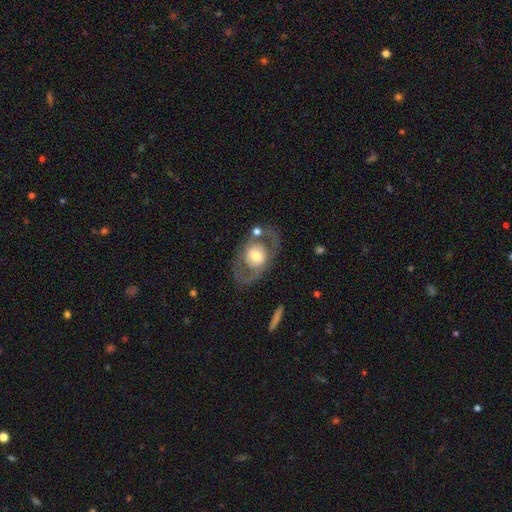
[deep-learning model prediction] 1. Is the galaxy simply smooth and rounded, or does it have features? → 54% featured or disk, 39% smooth, 6% star or artifact.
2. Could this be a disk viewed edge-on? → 91% no, 9% yes.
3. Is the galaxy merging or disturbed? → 69% none, 14% minor disturbance, 11% major disturbance, 6% merger.